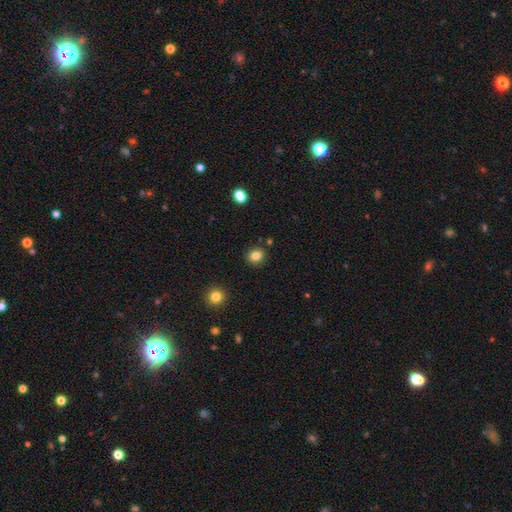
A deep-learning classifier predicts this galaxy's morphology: A smooth galaxy with no disk features (83%) that is round (69%).

Vote fractions:
- Smooth or featured? smooth: 83% / star or artifact: 11% / featured or disk: 6%
- How rounded? round: 69% / in between: 30% / cigar-shaped: 1%
- Merging? none: 87% / minor disturbance: 8% / merger: 3% / major disturbance: 2%